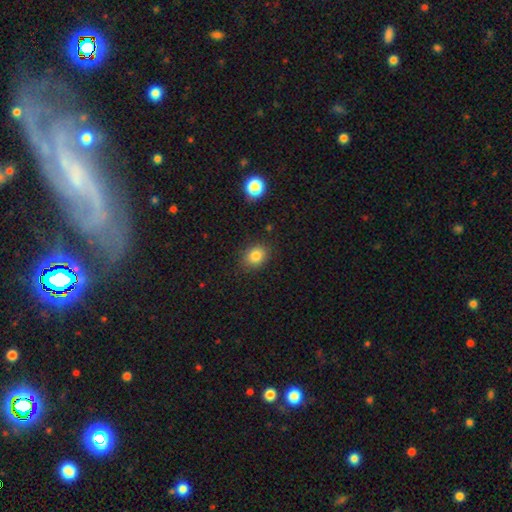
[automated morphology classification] This is clearly a smooth galaxy (83%). How rounded: possibly round (56%). Merging: clearly none (84%).